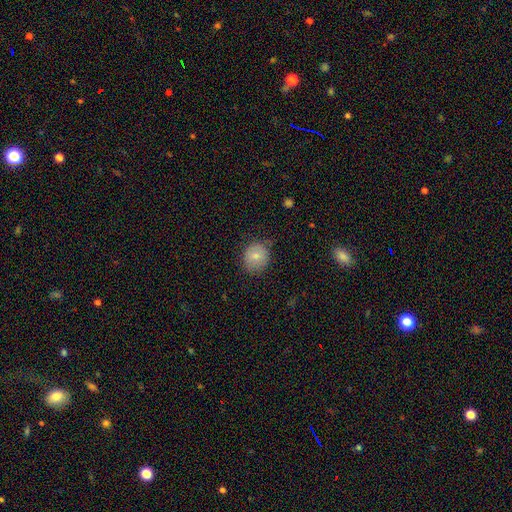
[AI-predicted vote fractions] smooth 76%, featured or disk 15%, star or artifact 8%. Down the decision tree: how rounded — round (78%); merging — none (73%).